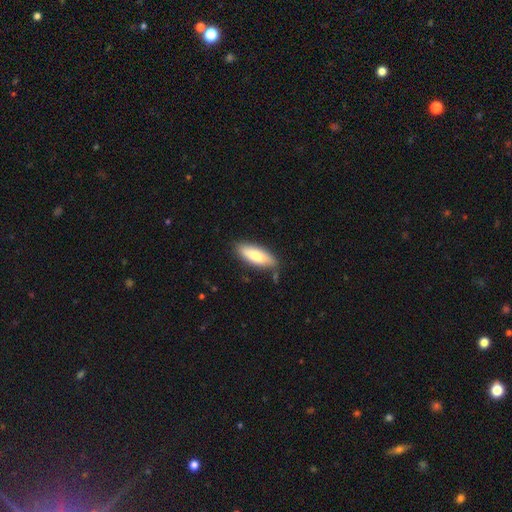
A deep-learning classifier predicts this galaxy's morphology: The model was most divided on "how rounded": in between: 61%, cigar-shaped: 37%, round: 2%. More confident: smooth or featured — smooth (81%); merging — none (78%).